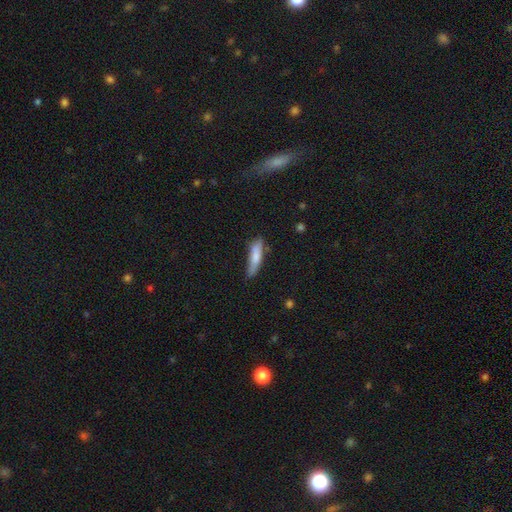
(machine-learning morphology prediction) The model was most divided on "merging": none: 62%, minor disturbance: 27%, major disturbance: 7%, merger: 4%. More confident: smooth or featured — smooth (75%); how rounded — cigar-shaped (73%).